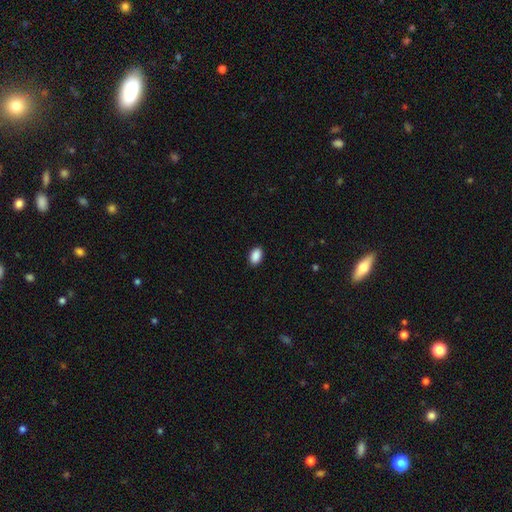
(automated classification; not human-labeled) Smooth or featured? smooth (90%)
How rounded? in between (92%)
Merging? none (89%)